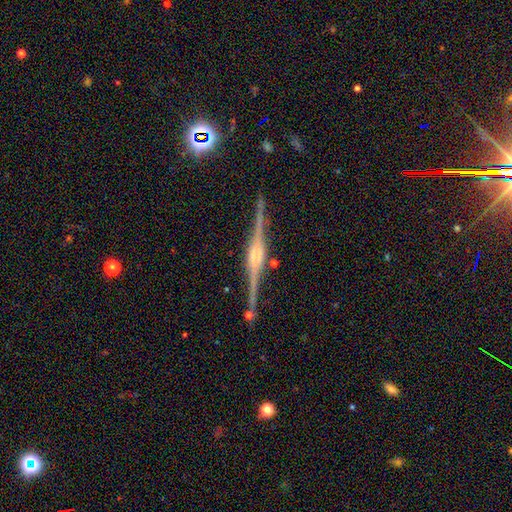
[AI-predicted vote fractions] featured or disk 89%, star or artifact 6%, smooth 5%. Down the decision tree: edge-on disk — yes (98%); edge-on bulge — rounded (62%); merging — none (88%).